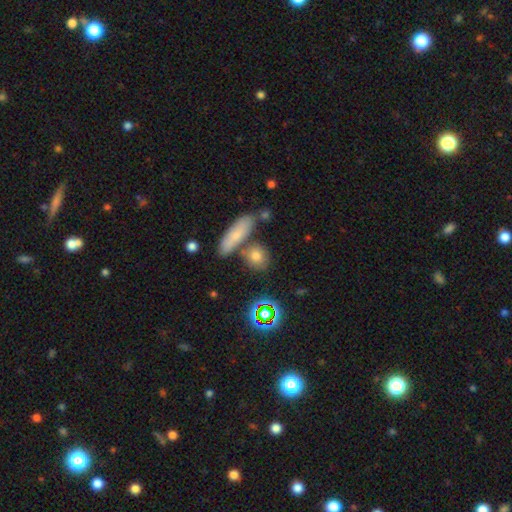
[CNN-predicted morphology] Overall: smooth (76%). How rounded: round (62%; in between 29%). Merging: none (70%).